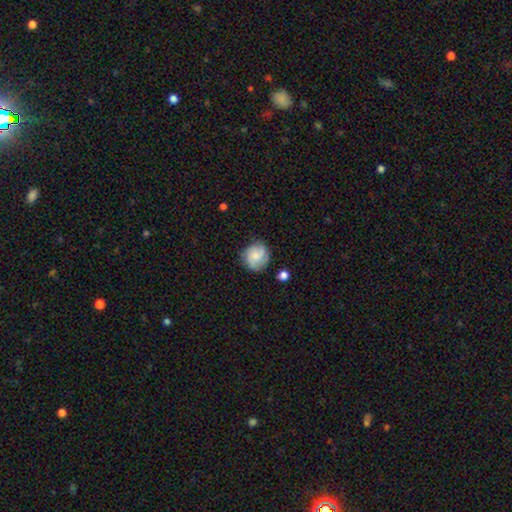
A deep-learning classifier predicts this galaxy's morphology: smooth_or_featured: smooth (p=0.48) [alt: featured or disk p=0.44]
merging: none (p=0.73) [alt: minor disturbance p=0.19]